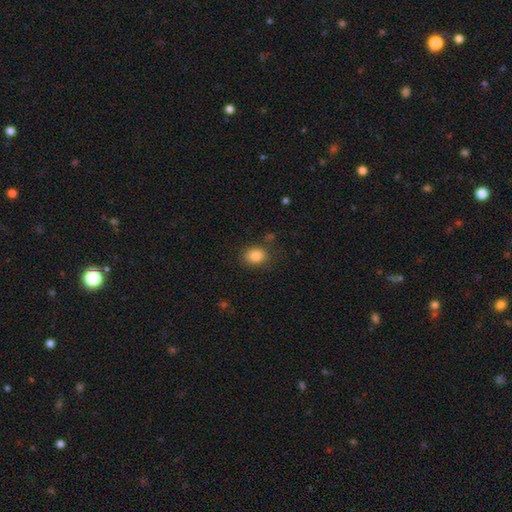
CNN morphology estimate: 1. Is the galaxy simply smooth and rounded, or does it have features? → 85% smooth, 10% star or artifact, 5% featured or disk.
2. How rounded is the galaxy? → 53% in between, 46% round, 1% cigar-shaped.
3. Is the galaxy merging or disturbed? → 81% none, 12% minor disturbance, 4% major disturbance, 3% merger.